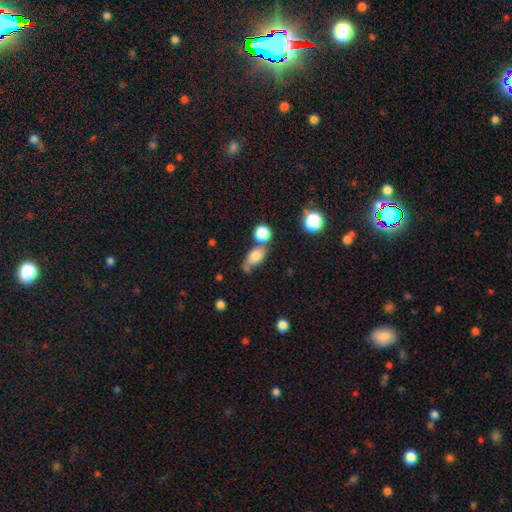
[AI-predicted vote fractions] A smooth galaxy with no disk features (72%) that is in between round and cigar-shaped (72%).

Vote fractions:
- Smooth or featured? smooth: 72% / featured or disk: 17% / star or artifact: 11%
- How rounded? in between: 72% / round: 21% / cigar-shaped: 7%
- Merging? none: 46% / merger: 28% / minor disturbance: 18% / major disturbance: 8%